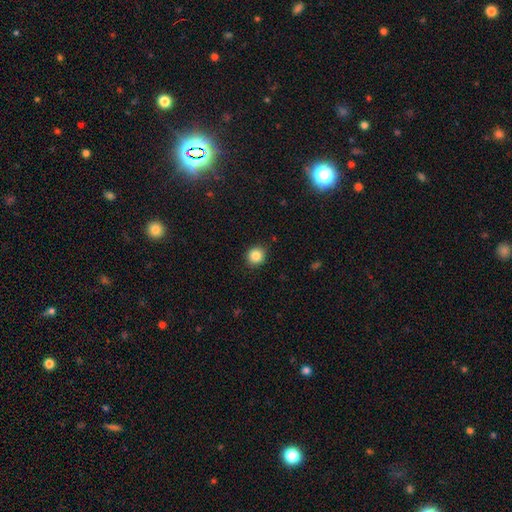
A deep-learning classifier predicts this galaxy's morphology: A smooth galaxy with no disk features (86%) that is round (89%).

Vote fractions:
- Smooth or featured? smooth: 86% / star or artifact: 10% / featured or disk: 4%
- How rounded? round: 89% / in between: 10% / cigar-shaped: 1%
- Merging? none: 90% / minor disturbance: 7% / major disturbance: 2% / merger: 1%